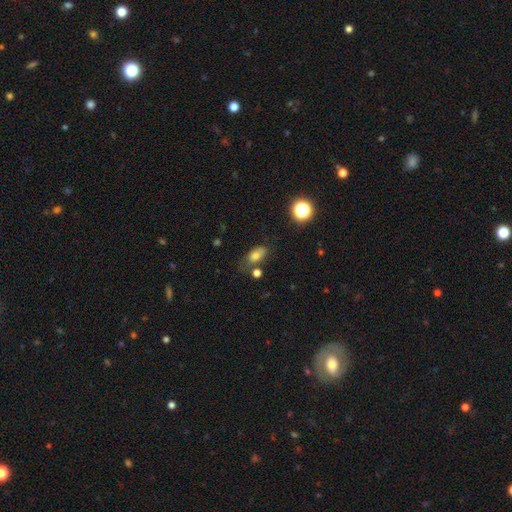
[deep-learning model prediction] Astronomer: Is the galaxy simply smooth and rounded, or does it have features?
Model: smooth — 76%.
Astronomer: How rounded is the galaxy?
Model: in between — 87%.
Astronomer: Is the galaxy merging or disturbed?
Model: none — 60%.